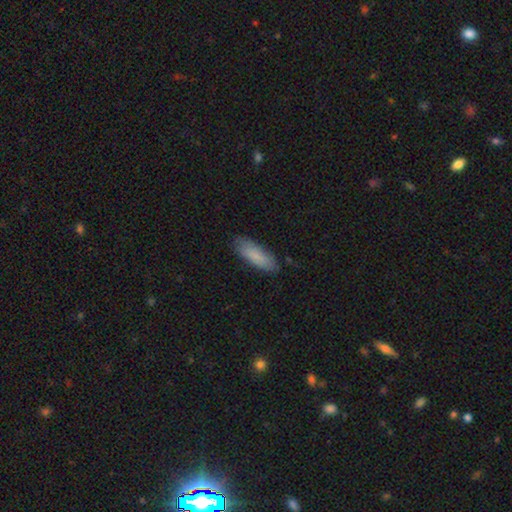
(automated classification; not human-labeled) smooth 84%, featured or disk 10%, star or artifact 6%. Down the decision tree: how rounded — in between (58%); merging — none (82%).